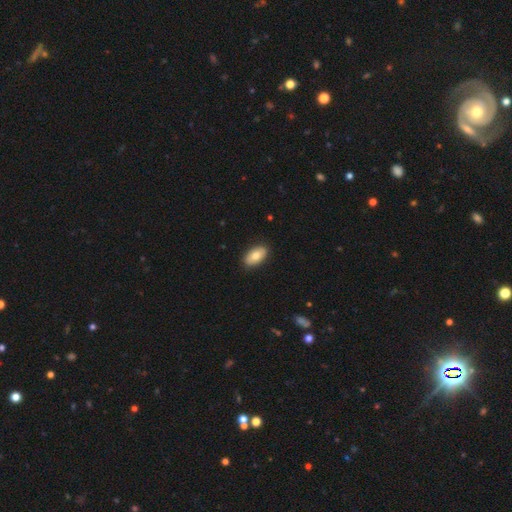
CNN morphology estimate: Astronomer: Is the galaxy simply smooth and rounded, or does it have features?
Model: smooth — 81%.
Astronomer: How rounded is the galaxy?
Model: in between — 94%.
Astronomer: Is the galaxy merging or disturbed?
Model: none — 88%.